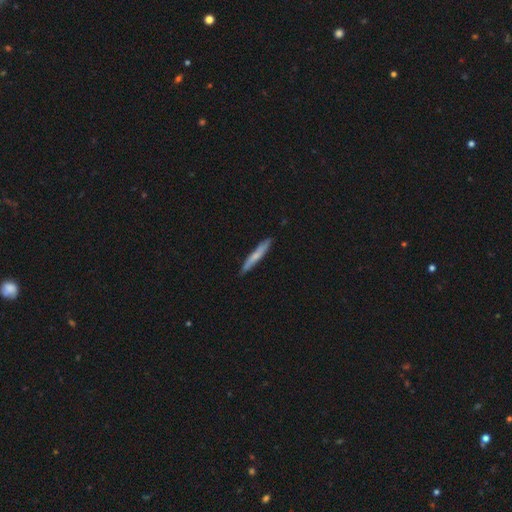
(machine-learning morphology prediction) A smooth galaxy with no disk features (62%) that is cigar-shaped (95%).

Vote fractions:
- Smooth or featured? smooth: 62% / featured or disk: 33% / star or artifact: 5%
- How rounded? cigar-shaped: 95% / in between: 4% / round: 1%
- Merging? none: 87% / minor disturbance: 10% / major disturbance: 1% / merger: 1%